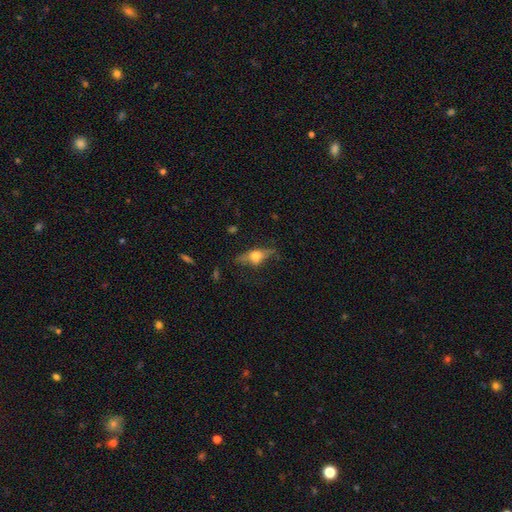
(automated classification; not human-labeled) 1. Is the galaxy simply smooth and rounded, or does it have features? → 50% featured or disk, 41% smooth, 9% star or artifact.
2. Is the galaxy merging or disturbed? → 64% none, 22% minor disturbance, 11% major disturbance, 3% merger.